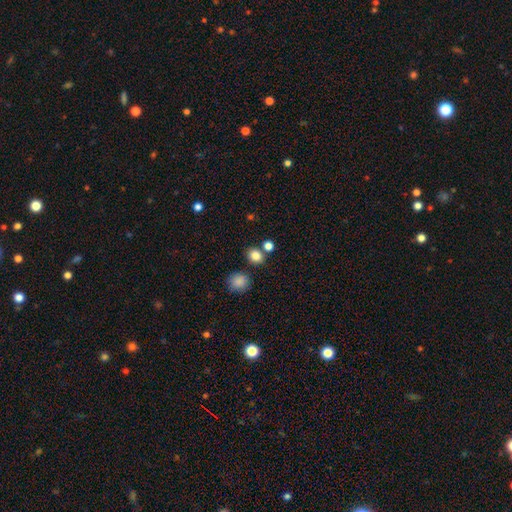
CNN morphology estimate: Smooth or featured: smooth — 83% (star or artifact — 12%)
How rounded: round — 64% (in between — 35%)
Merging: none — 74% (merger — 14%)